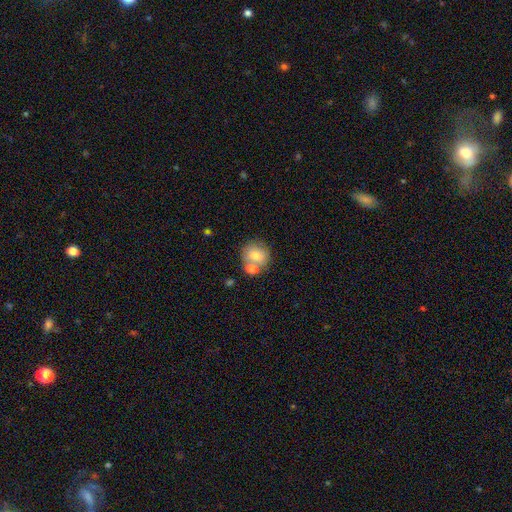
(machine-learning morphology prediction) Smooth or featured? Predicted: smooth (p=0.77). How rounded? Predicted: round (p=0.81). Merging? Predicted: none (p=0.54).